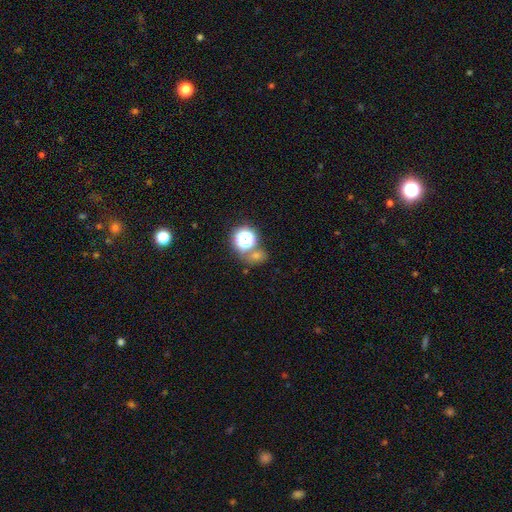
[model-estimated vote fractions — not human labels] Morphology: type=star or artifact (47%).